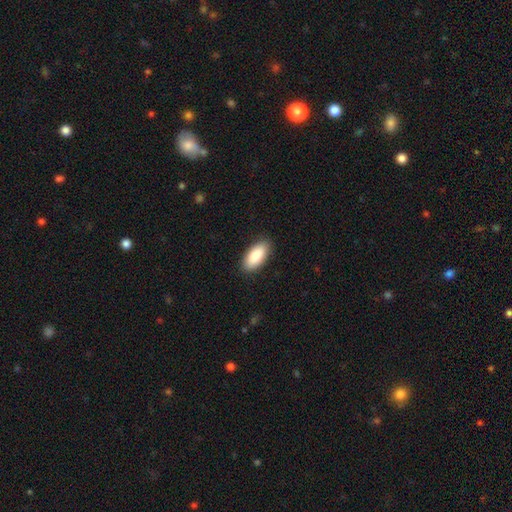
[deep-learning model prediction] smooth_or_featured: smooth (p=0.89) [alt: featured or disk p=0.06]
how_rounded: in between (p=0.90) [alt: cigar-shaped p=0.08]
merging: none (p=0.89) [alt: minor disturbance p=0.08]